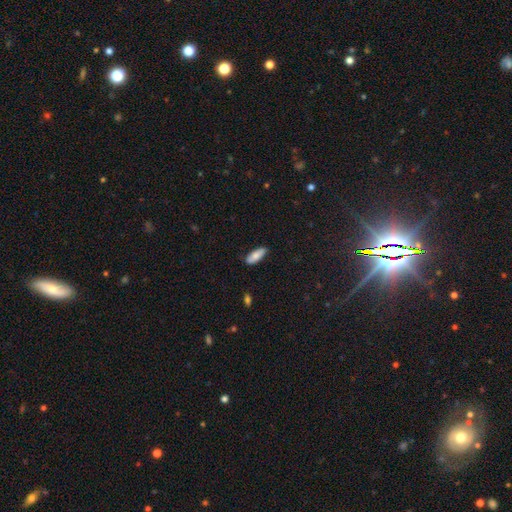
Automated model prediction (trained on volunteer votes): smooth_or_featured: smooth (p=0.78) [alt: featured or disk p=0.16]
how_rounded: in between (p=0.69) [alt: cigar-shaped p=0.29]
merging: none (p=0.80) [alt: minor disturbance p=0.16]